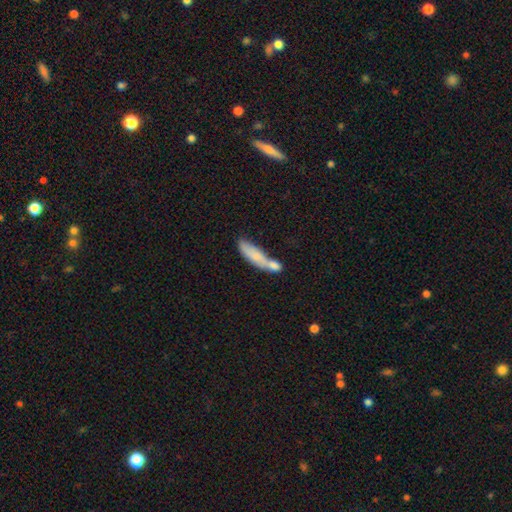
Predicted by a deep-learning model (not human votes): The model was most divided on "how rounded": cigar-shaped: 58%, in between: 40%, round: 2%. More confident: smooth or featured — smooth (69%); merging — merger (53%).